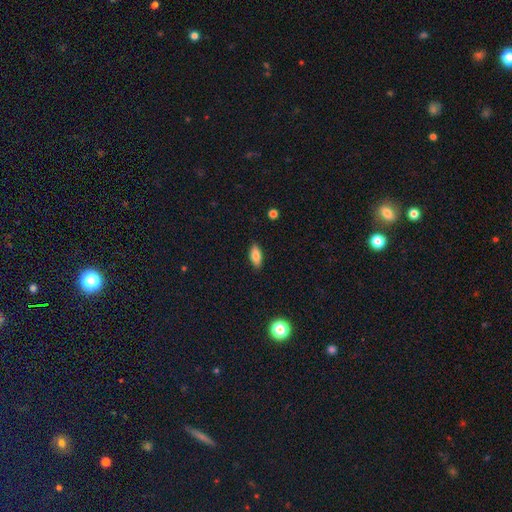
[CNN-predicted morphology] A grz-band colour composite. It shows a smooth galaxy with no disk features (80%) that is in between round and cigar-shaped (85%). Merging: none (88%).